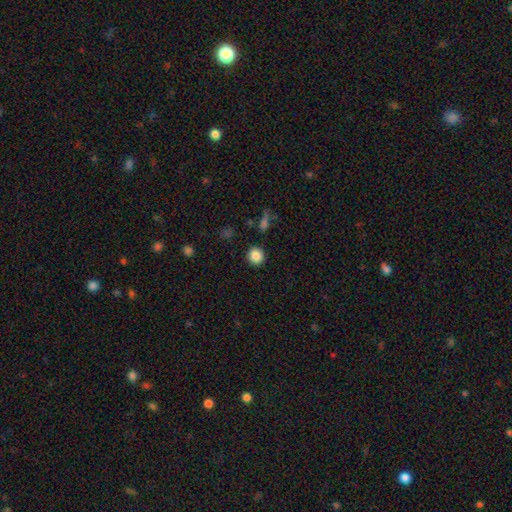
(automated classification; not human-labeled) A smooth galaxy with no disk features (86%) that is round (92%).

Vote fractions:
- Smooth or featured? smooth: 86% / star or artifact: 9% / featured or disk: 5%
- How rounded? round: 92% / in between: 7% / cigar-shaped: 1%
- Merging? none: 90% / minor disturbance: 6% / merger: 2% / major disturbance: 2%